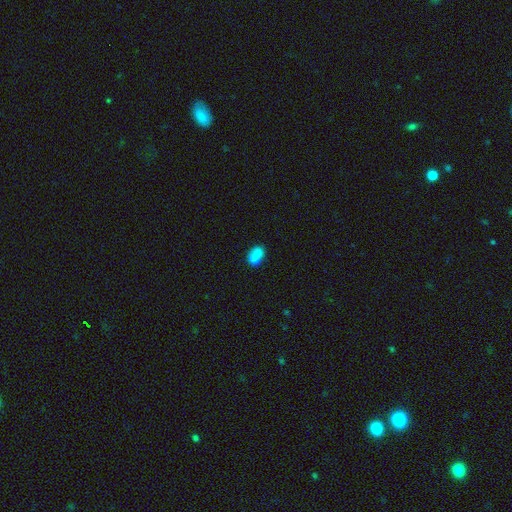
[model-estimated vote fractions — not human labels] smooth_or_featured: smooth (p=0.71) [alt: featured or disk p=0.19]
how_rounded: in between (p=0.61) [alt: round p=0.38]
merging: merger (p=0.53) [alt: none p=0.28]